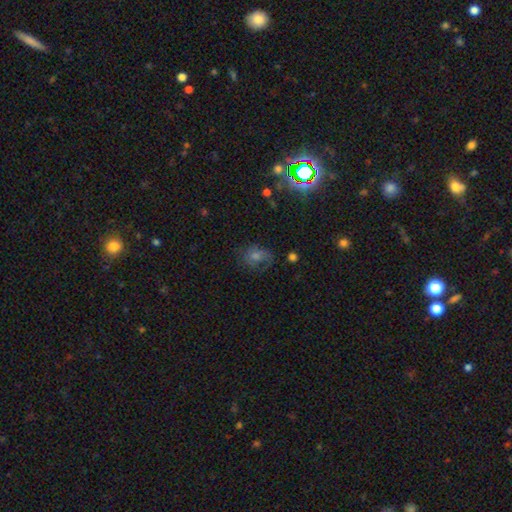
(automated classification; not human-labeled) A smooth galaxy with no disk features (37%, tied with star or artifact). Merging: none (61%).